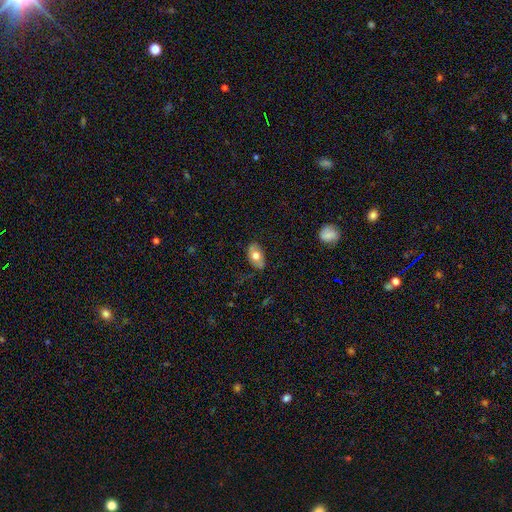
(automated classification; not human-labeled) Smooth or featured? Predicted: smooth (p=0.67). How rounded? Predicted: in between (p=0.90). Merging? Predicted: none (p=0.77).